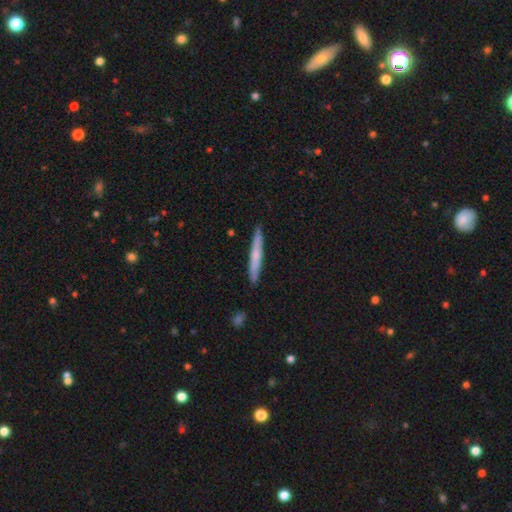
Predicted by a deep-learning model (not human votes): Smooth or featured? Predicted: smooth (p=0.57). How rounded? Predicted: cigar-shaped (p=0.96). Merging? Predicted: none (p=0.90).